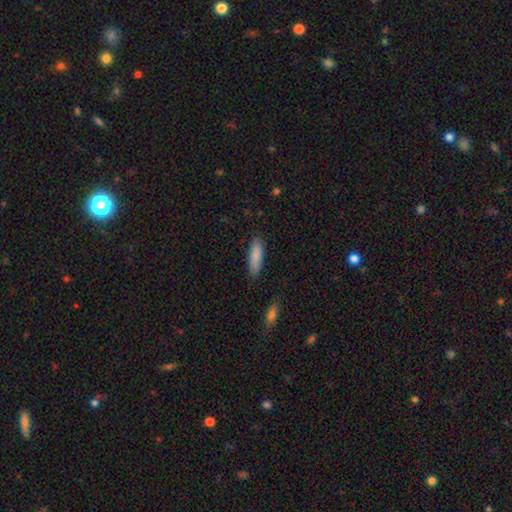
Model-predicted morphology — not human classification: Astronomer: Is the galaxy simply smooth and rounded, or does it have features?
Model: smooth — 87%.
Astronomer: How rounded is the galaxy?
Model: cigar-shaped — 51% (runner-up: in between, 48%).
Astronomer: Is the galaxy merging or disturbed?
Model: none — 85%.